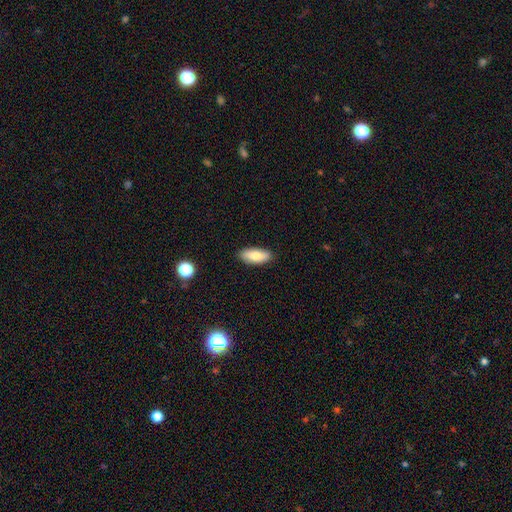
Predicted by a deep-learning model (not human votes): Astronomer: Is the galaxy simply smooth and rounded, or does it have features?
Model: smooth — 80%.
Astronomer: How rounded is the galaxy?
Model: in between — 80%.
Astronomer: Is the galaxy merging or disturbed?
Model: none — 88%.